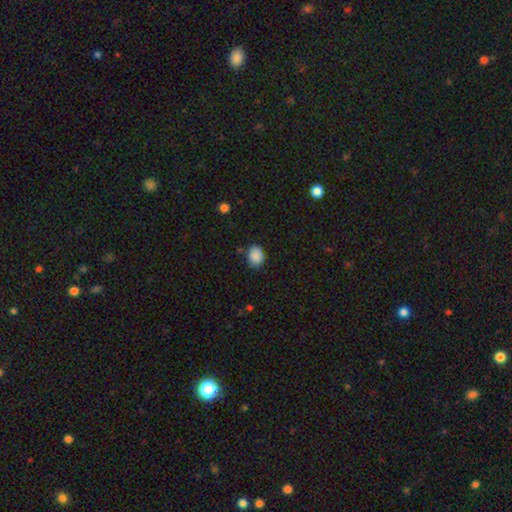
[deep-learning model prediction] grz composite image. It shows a smooth galaxy with no disk features (88%) that is round (56%). Merging: none (80%).